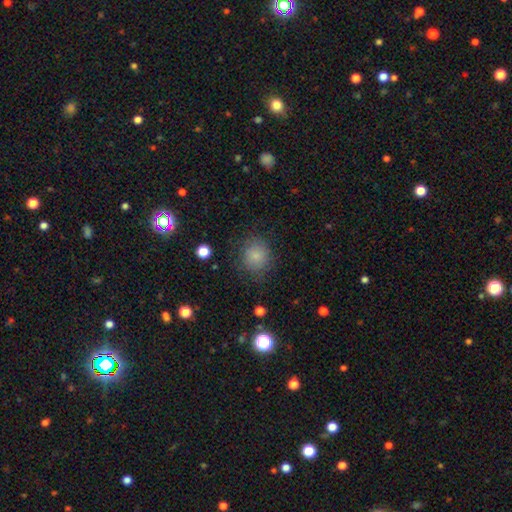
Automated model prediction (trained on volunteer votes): This is clearly a smooth galaxy (82%). How rounded: clearly round (81%). Merging: likely none (79%).